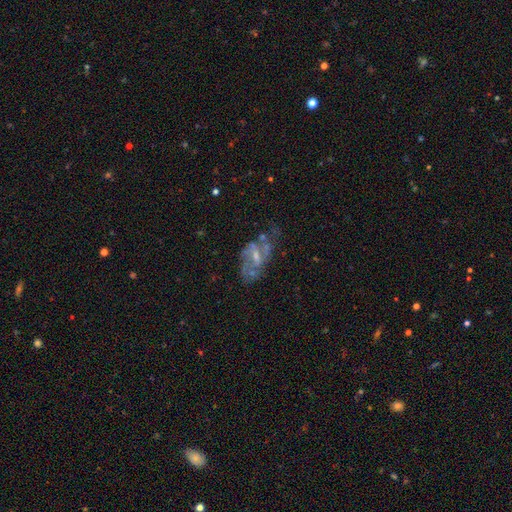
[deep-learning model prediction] Q: Smooth or featured?
A: featured or disk (72%); runner-up: smooth (19%)
Q: Edge-on disk?
A: no (95%); runner-up: yes (5%)
Q: Bar?
A: weak (50%); runner-up: no (32%)
Q: Spiral arms?
A: yes (65%); runner-up: no (35%)
Q: Bulge size?
A: small (47%); runner-up: moderate (35%)
Q: Merging?
A: none (43%); runner-up: major disturbance (25%)